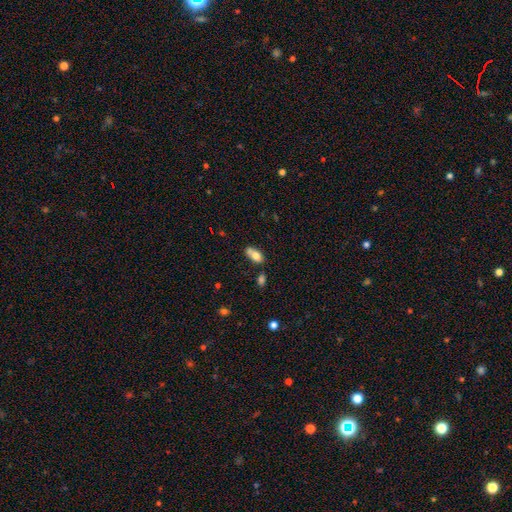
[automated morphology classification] The model was most divided on "merging": none: 42%, merger: 32%, minor disturbance: 19%, major disturbance: 7%. More confident: how rounded — in between (86%); smooth or featured — smooth (74%).